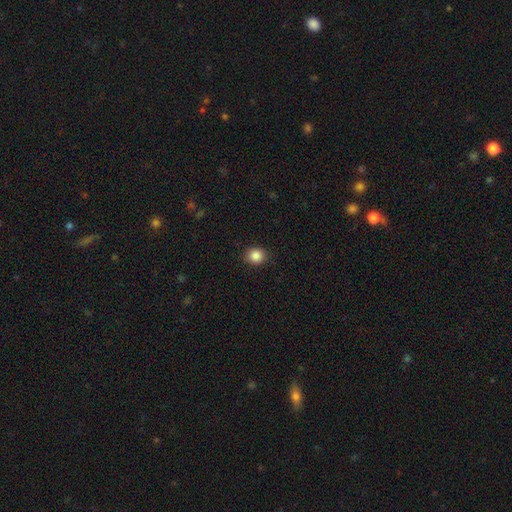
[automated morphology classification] Smooth or featured? Predicted: smooth (p=0.87). How rounded? Predicted: round (p=0.79). Merging? Predicted: none (p=0.91).